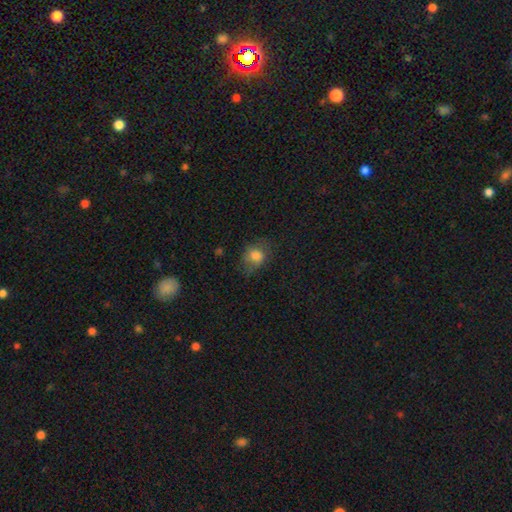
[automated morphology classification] Smooth or featured? smooth (78%)
How rounded? round (60%)
Merging? none (59%)